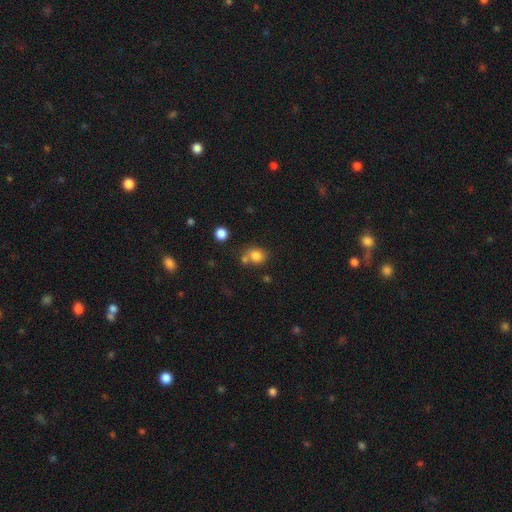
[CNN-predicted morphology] Overall: smooth (81%). How rounded: round (72%). Merging: none (59%; merger 25%).